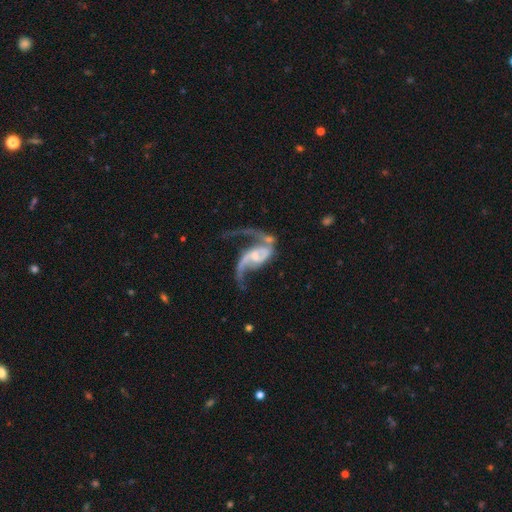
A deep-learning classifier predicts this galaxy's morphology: This is clearly a featured or disk galaxy (89%). It is clearly not viewed edge-on (97%). Bar: possibly weak (45%). Spiral arm pattern: clearly yes (94%). Spiral arm count: clearly 2 (86%). Spiral winding: likely loose (74%). Central bulge: marginally small (41%). Merging: marginally major disturbance (35%).